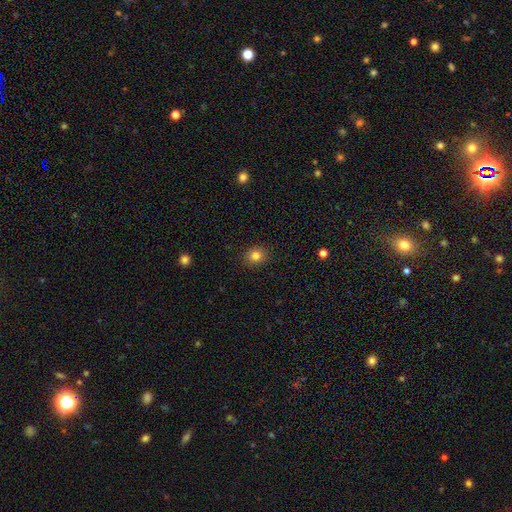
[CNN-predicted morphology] This appears to be a smooth galaxy with no disk features (82%) that is round (74%). Merging: none (90%).